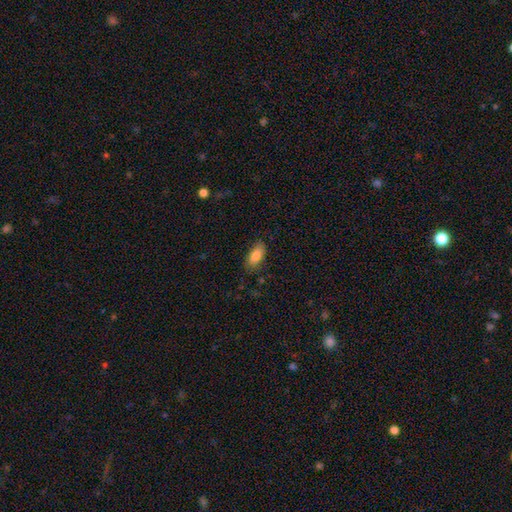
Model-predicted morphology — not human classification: smooth_or_featured: smooth (p=0.84) [alt: featured or disk p=0.09]
how_rounded: in between (p=0.88) [alt: cigar-shaped p=0.10]
merging: none (p=0.79) [alt: minor disturbance p=0.16]